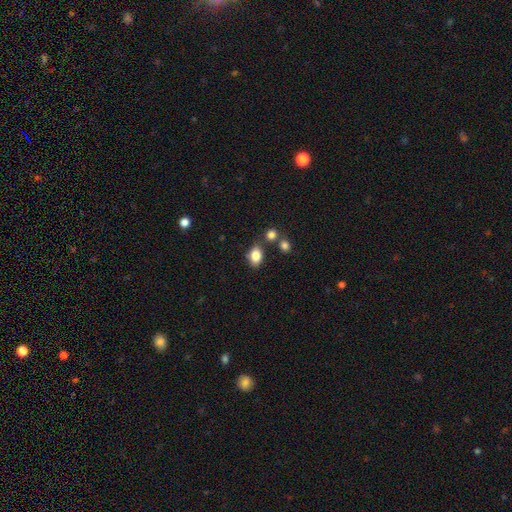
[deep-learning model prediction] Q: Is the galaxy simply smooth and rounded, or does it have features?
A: smooth — 84%.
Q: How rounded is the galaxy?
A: in between — 77%.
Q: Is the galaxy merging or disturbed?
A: none — 69%.